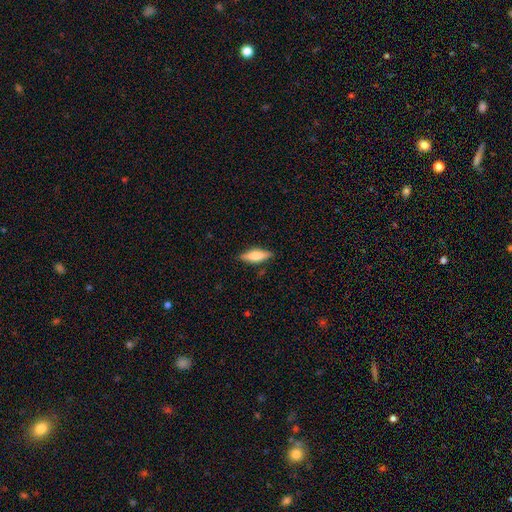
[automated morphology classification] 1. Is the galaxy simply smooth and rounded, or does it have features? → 57% smooth, 37% featured or disk, 6% star or artifact.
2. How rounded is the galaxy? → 52% cigar-shaped, 45% in between, 2% round.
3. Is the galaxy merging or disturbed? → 87% none, 10% minor disturbance, 2% major disturbance, 1% merger.